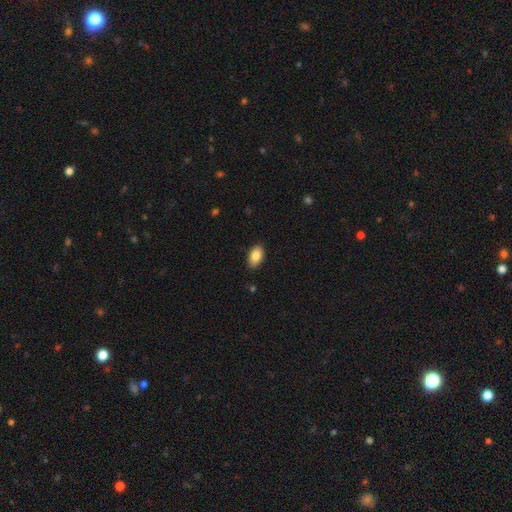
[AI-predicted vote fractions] A smooth galaxy with no disk features (85%) that is in between round and cigar-shaped (93%). Merging: none (88%).